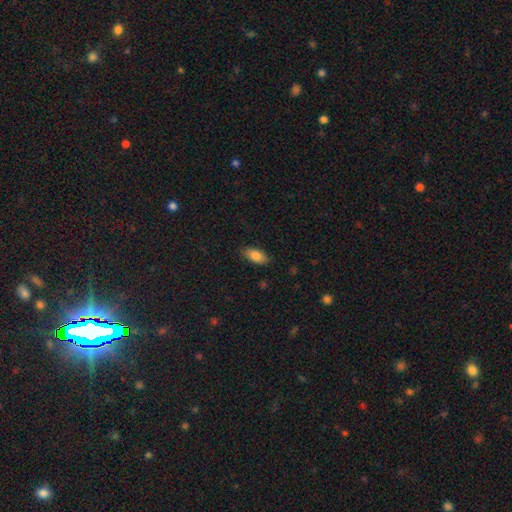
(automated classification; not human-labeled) This appears to be a smooth galaxy with no disk features (85%) that is in between round and cigar-shaped (90%). Merging: none (84%).